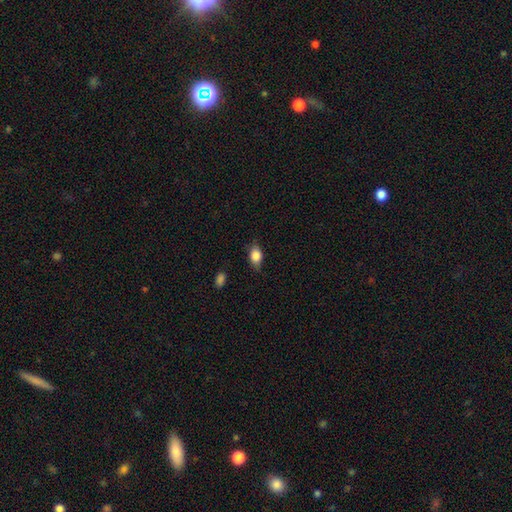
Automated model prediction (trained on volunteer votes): A smooth galaxy with no disk features (82%) that is in between round and cigar-shaped (79%).

Vote fractions:
- Smooth or featured? smooth: 82% / featured or disk: 10% / star or artifact: 8%
- How rounded? in between: 79% / round: 18% / cigar-shaped: 3%
- Merging? none: 75% / minor disturbance: 20% / major disturbance: 4% / merger: 1%